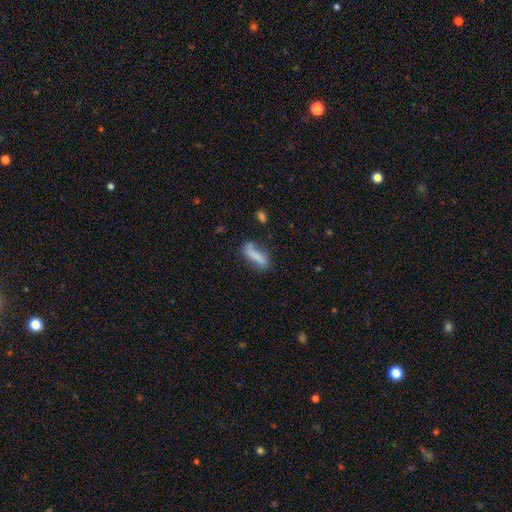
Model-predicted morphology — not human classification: A smooth galaxy with no disk features (76%) that is in between round and cigar-shaped (50%). Merging: none (55%).